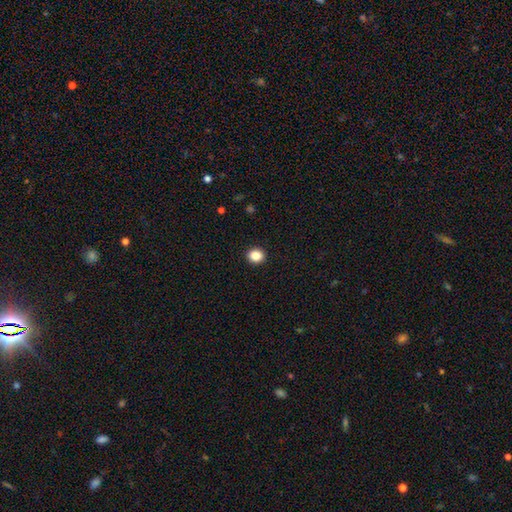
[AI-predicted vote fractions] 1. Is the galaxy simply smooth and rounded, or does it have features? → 86% smooth, 10% star or artifact, 4% featured or disk.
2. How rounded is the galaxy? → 74% round, 25% in between, 1% cigar-shaped.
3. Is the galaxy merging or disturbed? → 92% none, 5% minor disturbance, 2% major disturbance, 1% merger.